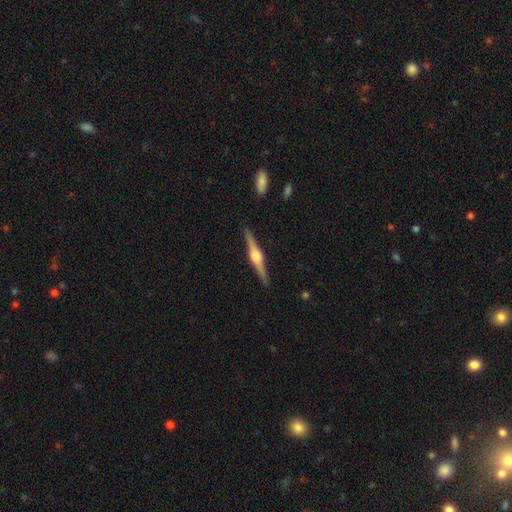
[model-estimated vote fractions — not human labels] This is clearly a featured or disk galaxy (84%). It is clearly viewed edge-on (99%). Edge-on bulge: clearly rounded (89%). Merging: clearly none (91%).